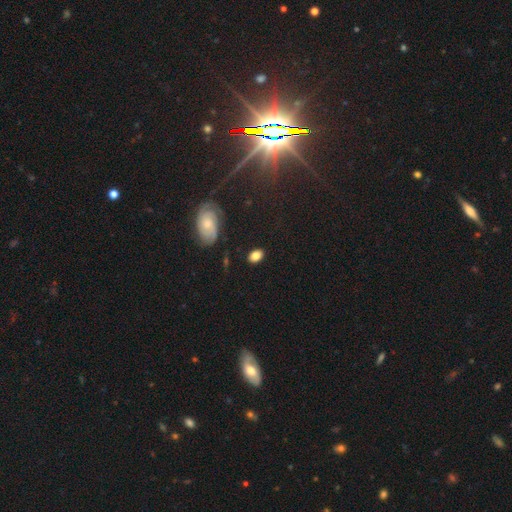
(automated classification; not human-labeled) Q: Smooth or featured?
A: smooth (80%); runner-up: featured or disk (11%)
Q: How rounded?
A: in between (85%); runner-up: round (13%)
Q: Merging?
A: none (83%); runner-up: minor disturbance (12%)